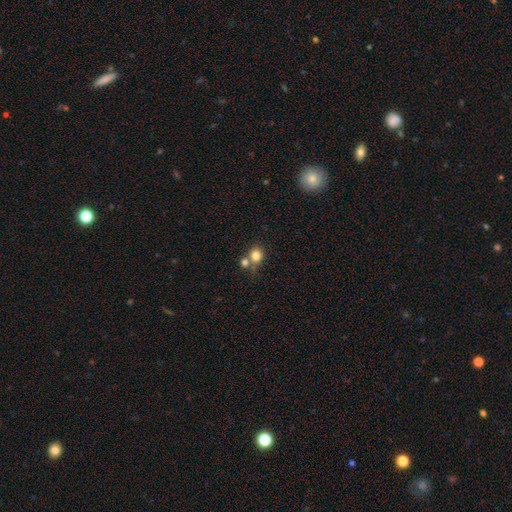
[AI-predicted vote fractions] smooth 81%, star or artifact 11%, featured or disk 8%. Down the decision tree: how rounded — round (84%); merging — none (51%).